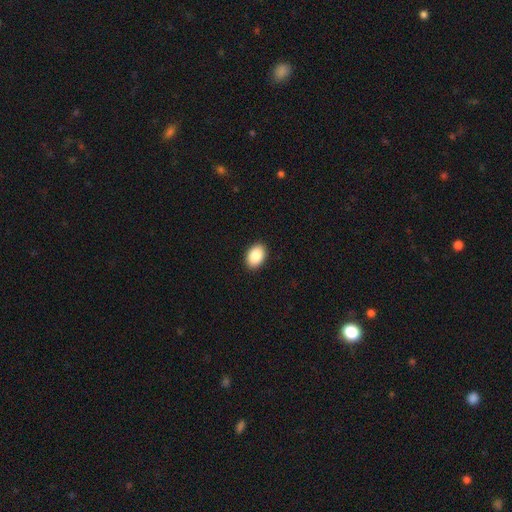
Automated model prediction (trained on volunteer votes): smooth_or_featured: smooth (p=0.88) [alt: star or artifact p=0.07]
how_rounded: in between (p=0.85) [alt: round p=0.14]
merging: none (p=0.91) [alt: minor disturbance p=0.06]